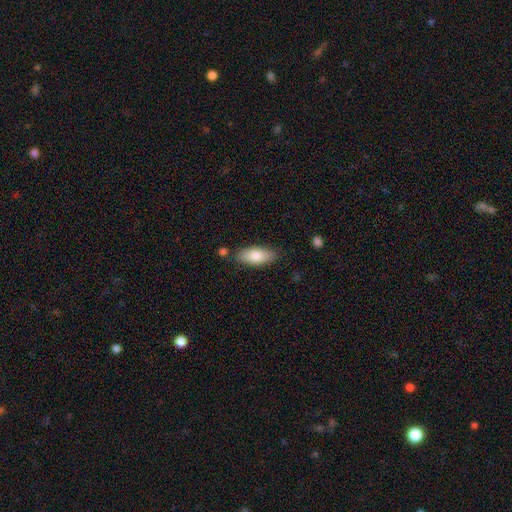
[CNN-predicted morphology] This is clearly a smooth galaxy (82%). How rounded: clearly in between (80%). Merging: clearly none (80%).